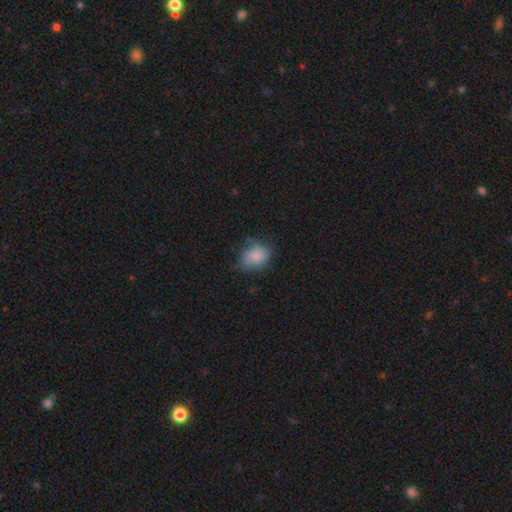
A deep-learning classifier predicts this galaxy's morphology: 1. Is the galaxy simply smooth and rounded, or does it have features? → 73% smooth, 17% featured or disk, 10% star or artifact.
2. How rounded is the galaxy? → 61% in between, 37% round, 1% cigar-shaped.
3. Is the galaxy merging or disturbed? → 45% none, 34% minor disturbance, 19% major disturbance, 2% merger.